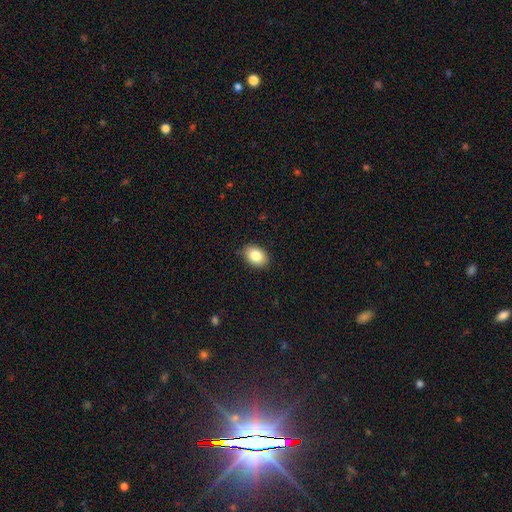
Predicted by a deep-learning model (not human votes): The model was most divided on "how rounded": in between: 82%, round: 17%, cigar-shaped: 1%. More confident: merging — none (88%); smooth or featured — smooth (85%).